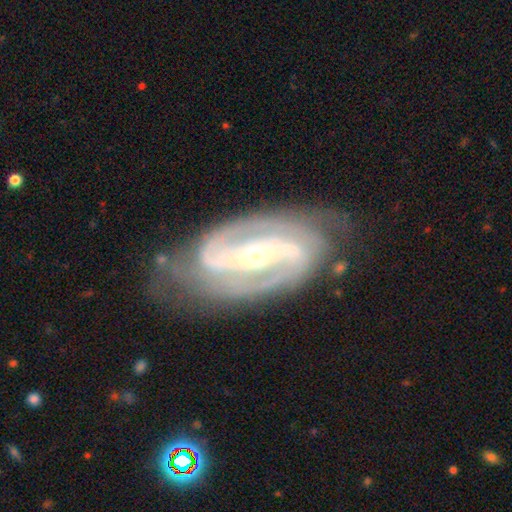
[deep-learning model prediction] featured or disk 91%, star or artifact 4%, smooth 4%. Down the decision tree: edge-on disk — no (96%); bar — strong (60%); spiral arms — yes (97%); spiral arm count — 2 (84%); spiral winding — tight (46%); bulge size — small (62%); merging — none (73%).